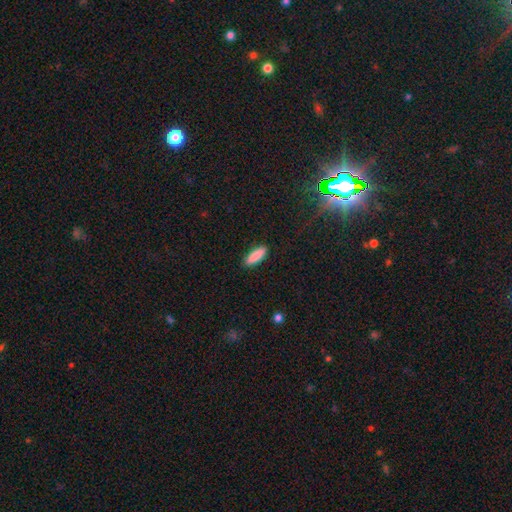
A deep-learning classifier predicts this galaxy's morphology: Smooth or featured? Predicted: smooth (p=0.89). How rounded? Predicted: in between (p=0.50). Merging? Predicted: none (p=0.89).